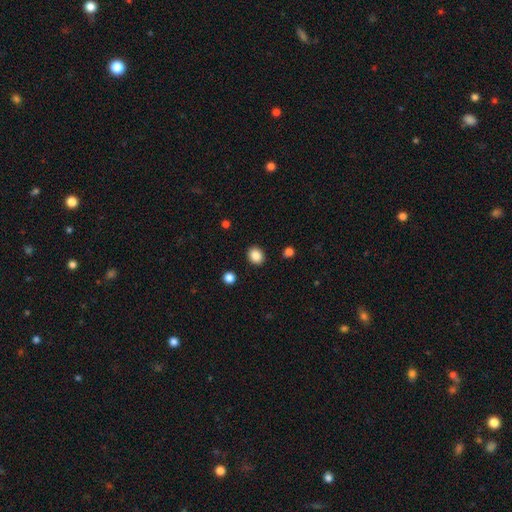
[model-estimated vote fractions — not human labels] Morphology: type=smooth (87%); roundness=round (58%); merging=none (90%).